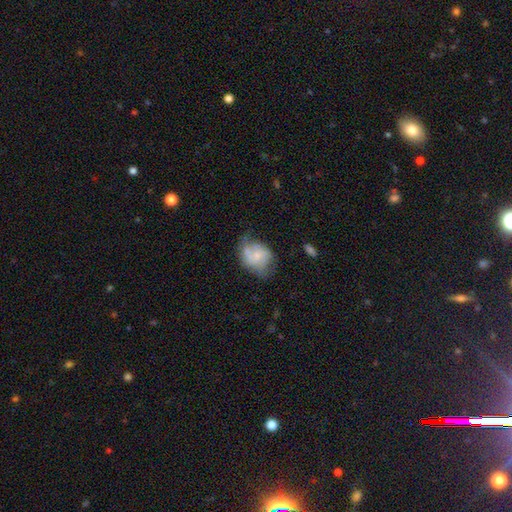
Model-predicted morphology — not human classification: smooth-or-featured: smooth: 46% (tied) | featured or disk: 46% (tied) | star or artifact: 8%
  merging: none: 43% | minor disturbance: 33% | major disturbance: 19% | merger: 5%